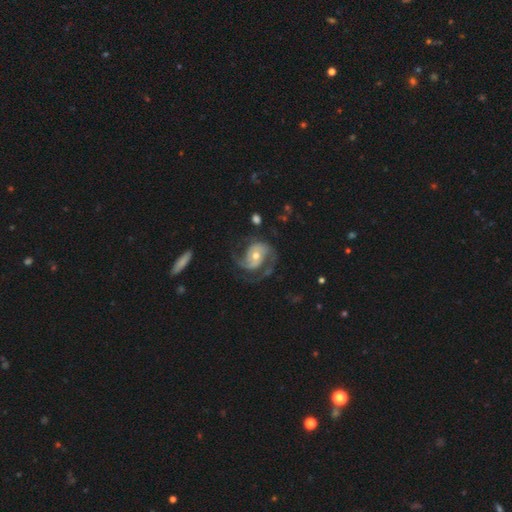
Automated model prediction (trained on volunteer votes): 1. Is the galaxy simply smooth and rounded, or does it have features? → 87% featured or disk, 8% smooth, 5% star or artifact.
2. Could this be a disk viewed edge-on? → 98% no, 2% yes.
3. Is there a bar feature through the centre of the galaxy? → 61% no, 29% weak, 10% strong.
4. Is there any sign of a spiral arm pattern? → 96% yes, 4% no.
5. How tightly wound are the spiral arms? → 50% medium, 27% tight, 23% loose.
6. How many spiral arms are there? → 73% 2, 11% 3, 6% can't tell, 6% 1, 2% 4, 2% more than 4.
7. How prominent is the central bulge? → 64% moderate, 30% small, 4% large, 1% none, 1% dominant.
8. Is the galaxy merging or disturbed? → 61% none, 19% major disturbance, 18% minor disturbance, 2% merger.